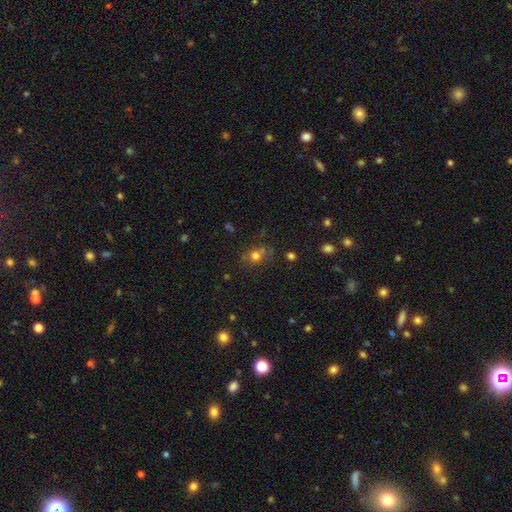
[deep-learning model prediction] Morphology: type=smooth (72%); roundness=round (77%); merging=none (64%).